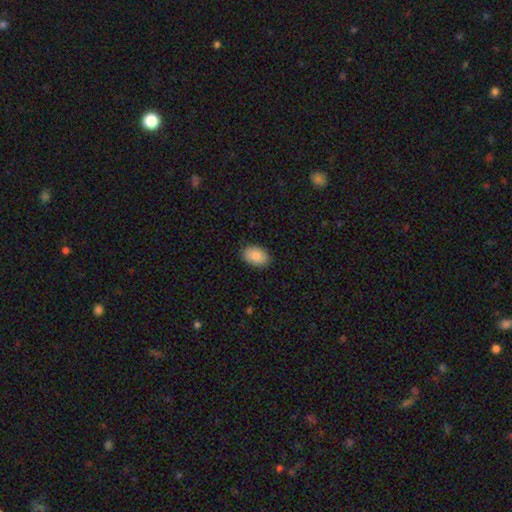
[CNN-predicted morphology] Smooth or featured: smooth — 90% (star or artifact — 6%)
How rounded: in between — 90% (round — 9%)
Merging: none — 88% (minor disturbance — 9%)